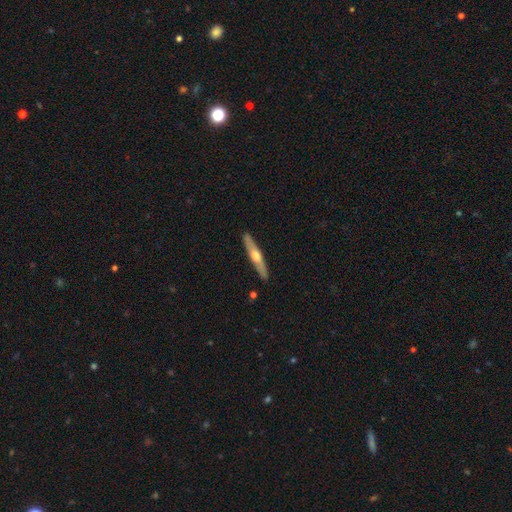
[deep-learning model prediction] Smooth or featured? Predicted: featured or disk (p=0.64). Edge-on disk? Predicted: yes (p=0.94). Edge-on bulge? Predicted: rounded (p=0.90). Merging? Predicted: none (p=0.90).